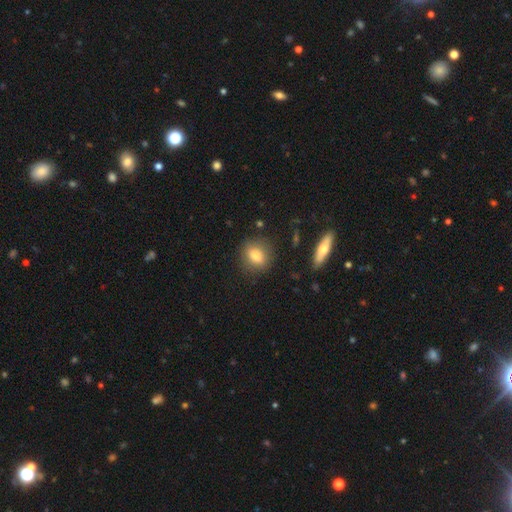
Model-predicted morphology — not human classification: A smooth galaxy with no disk features (79%) that is round (55%). Merging: none (84%).